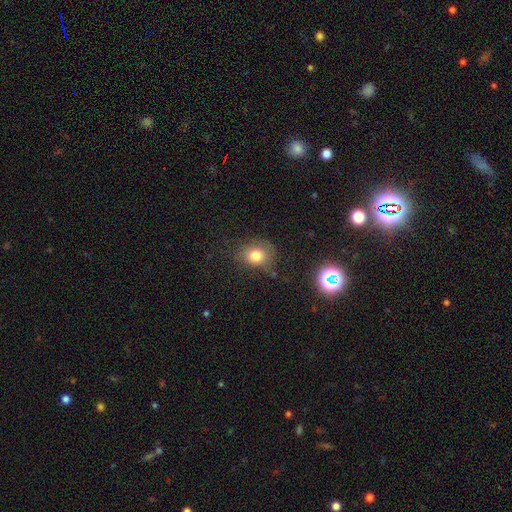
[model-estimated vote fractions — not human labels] Smooth or featured? smooth (77%)
How rounded? round (61%)
Merging? none (68%)